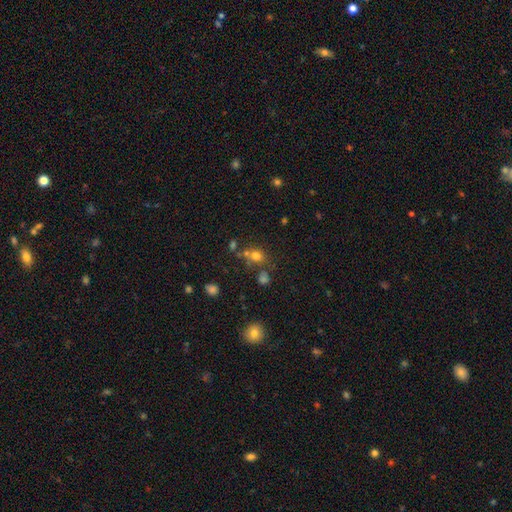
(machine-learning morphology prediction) smooth 71%, star or artifact 19%, featured or disk 10%. Down the decision tree: how rounded — round (72%); merging — none (58%).